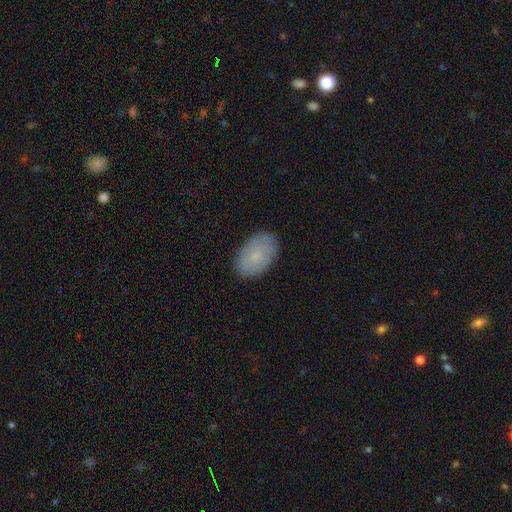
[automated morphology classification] Overall: smooth (70%). How rounded: in between (91%). Merging: none (84%).